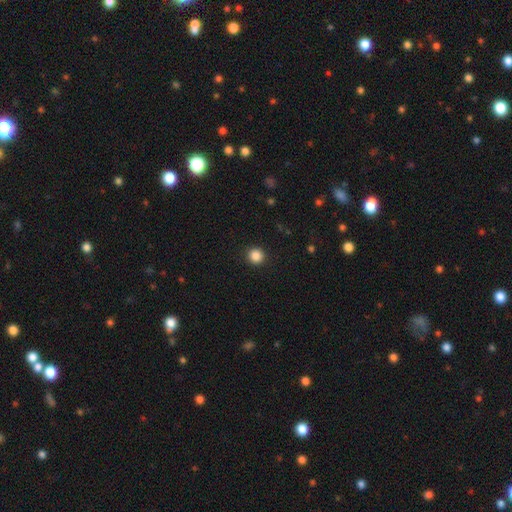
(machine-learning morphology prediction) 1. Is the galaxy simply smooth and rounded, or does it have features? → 86% smooth, 11% star or artifact, 3% featured or disk.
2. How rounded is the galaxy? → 93% round, 6% in between, 1% cigar-shaped.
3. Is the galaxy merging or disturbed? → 92% none, 5% minor disturbance, 2% major disturbance, 1% merger.